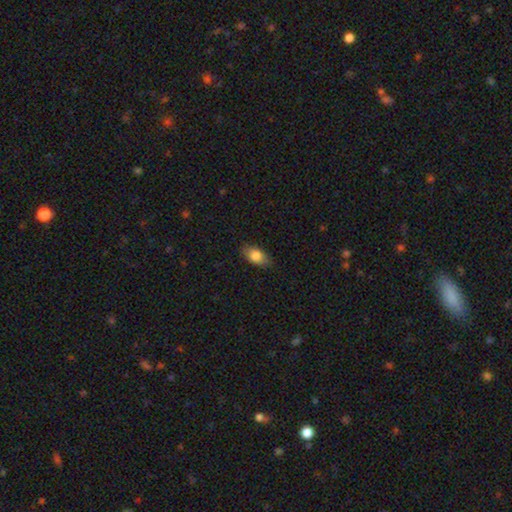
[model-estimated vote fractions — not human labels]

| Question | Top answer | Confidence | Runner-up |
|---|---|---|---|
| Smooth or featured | smooth | 82% | featured or disk (11%) |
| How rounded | in between | 88% | round (7%) |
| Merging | none | 83% | minor disturbance (13%) |